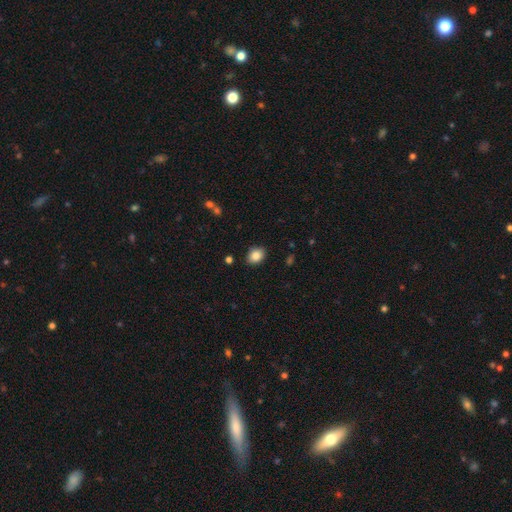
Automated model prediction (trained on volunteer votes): Smooth or featured?
  - smooth: 86% *
  - star or artifact: 9%
  - featured or disk: 6%
How rounded?
  - in between: 62% *
  - round: 37%
  - cigar-shaped: 1%
Merging?
  - none: 88% *
  - minor disturbance: 9%
  - major disturbance: 2%
  - merger: 1%